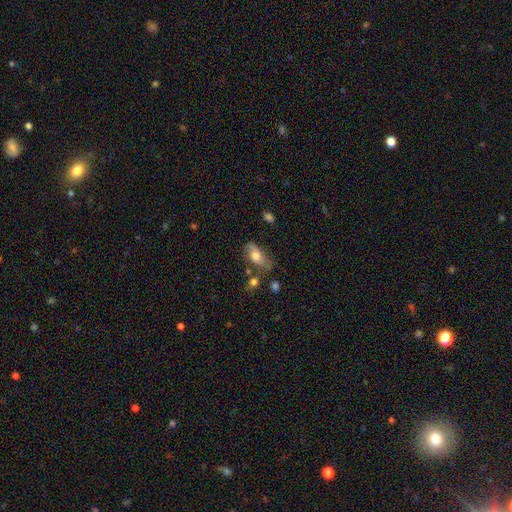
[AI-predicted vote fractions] Smooth or featured: smooth — 62% (featured or disk — 30%)
How rounded: in between — 85% (cigar-shaped — 9%)
Merging: none — 53% (minor disturbance — 27%)